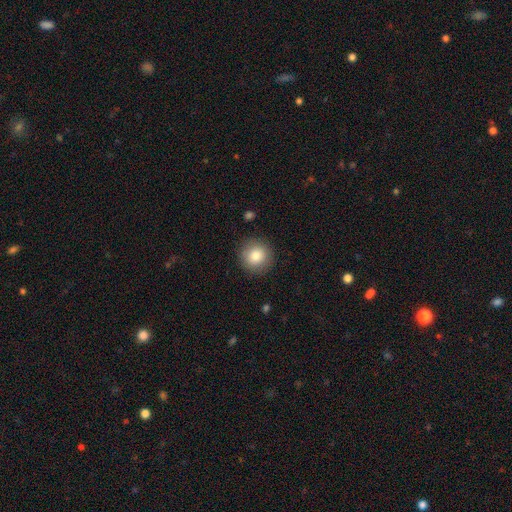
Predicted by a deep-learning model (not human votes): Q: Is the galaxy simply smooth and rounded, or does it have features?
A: smooth — 83%.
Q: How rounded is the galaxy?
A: round — 95%.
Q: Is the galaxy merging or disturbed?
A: none — 90%.